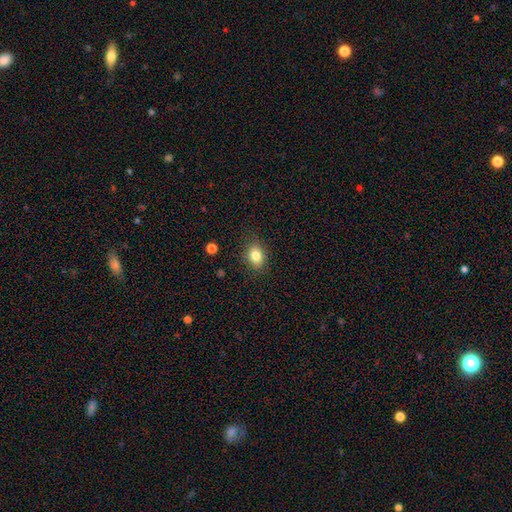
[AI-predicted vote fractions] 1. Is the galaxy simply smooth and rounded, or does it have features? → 83% smooth, 10% star or artifact, 7% featured or disk.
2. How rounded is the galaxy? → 64% in between, 35% round, 1% cigar-shaped.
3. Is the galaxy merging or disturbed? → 85% none, 11% minor disturbance, 3% major disturbance, 1% merger.